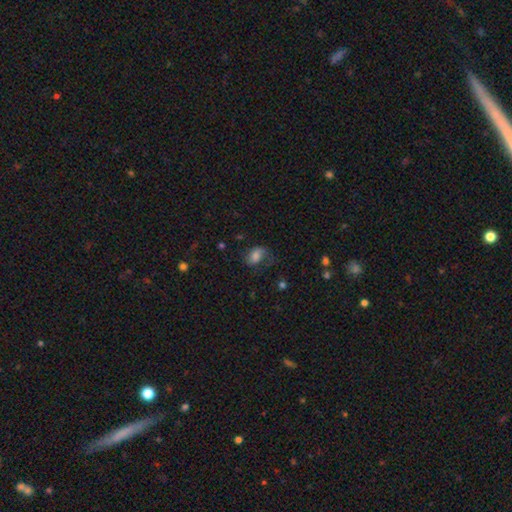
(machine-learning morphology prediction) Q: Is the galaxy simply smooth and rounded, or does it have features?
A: smooth — 59%.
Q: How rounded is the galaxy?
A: in between — 81%.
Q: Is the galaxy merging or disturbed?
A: none — 46%.